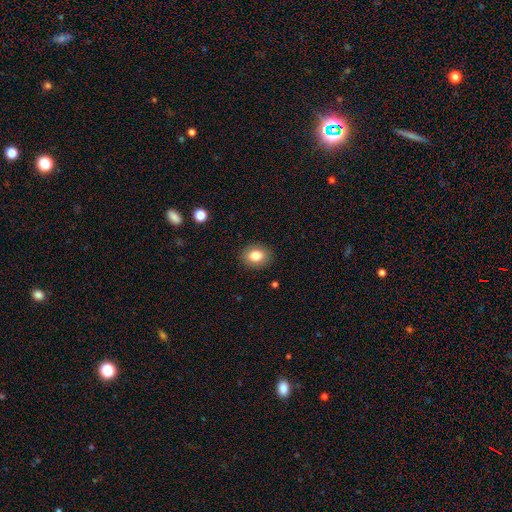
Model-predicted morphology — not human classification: Smooth or featured: smooth — 83% (star or artifact — 9%)
How rounded: round — 52% (in between — 48%)
Merging: none — 89% (minor disturbance — 8%)